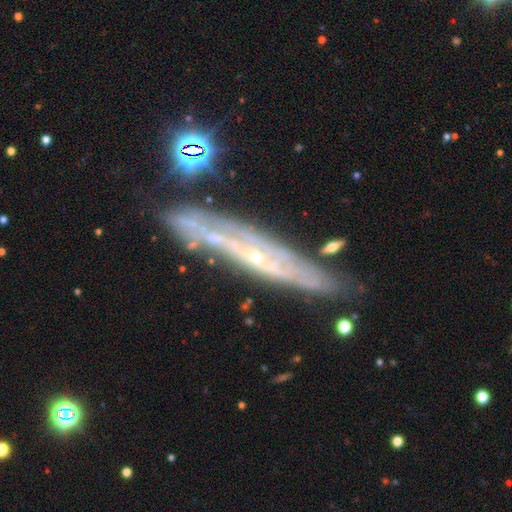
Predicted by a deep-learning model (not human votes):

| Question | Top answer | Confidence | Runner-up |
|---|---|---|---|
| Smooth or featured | featured or disk | 81% | smooth (12%) |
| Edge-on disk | yes | 63% | no (37%) |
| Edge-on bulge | none | 52% | rounded (44%) |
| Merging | none | 76% | minor disturbance (16%) |